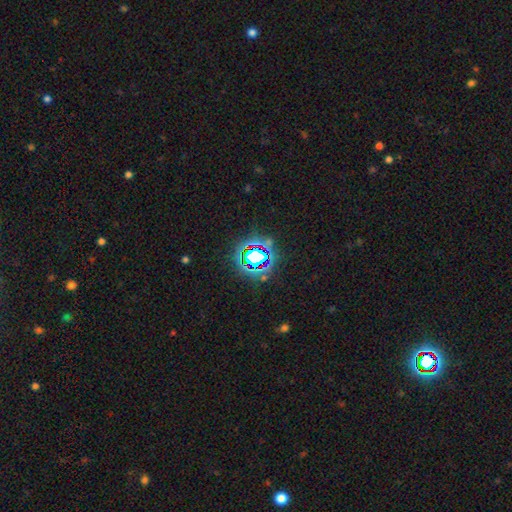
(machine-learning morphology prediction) Q: Smooth or featured?
A: star or artifact (71%); runner-up: smooth (17%)